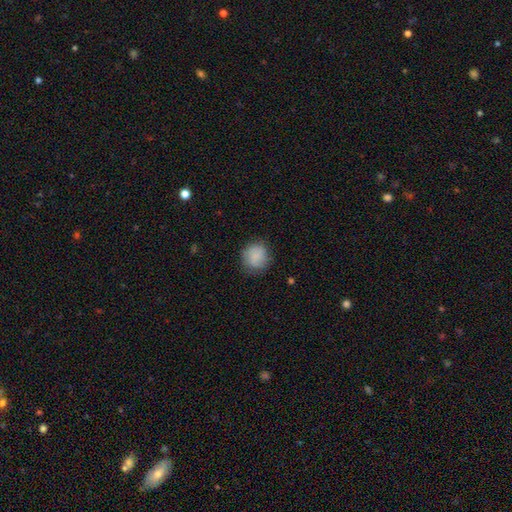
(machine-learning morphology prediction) Smooth or featured: smooth — 79% (featured or disk — 14%)
How rounded: round — 88% (in between — 11%)
Merging: none — 80% (minor disturbance — 15%)